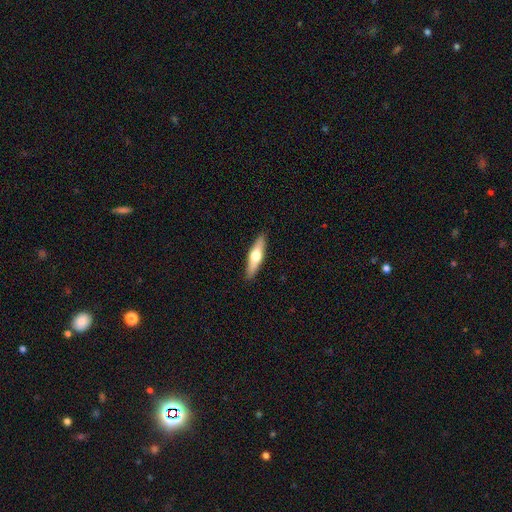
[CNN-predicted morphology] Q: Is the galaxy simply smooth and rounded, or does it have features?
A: smooth — 48%.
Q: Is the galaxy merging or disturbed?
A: none — 91%.